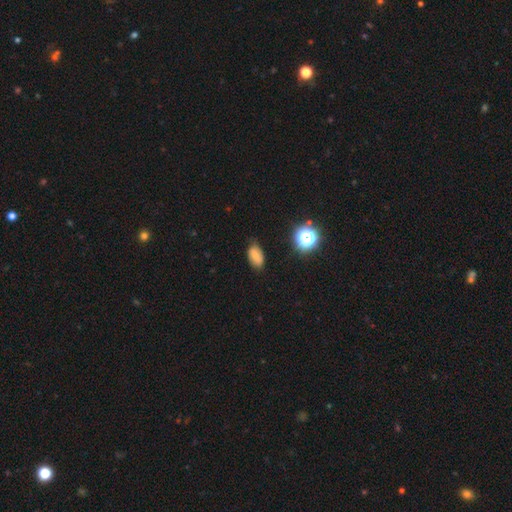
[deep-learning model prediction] Smooth or featured? Predicted: smooth (p=0.70). How rounded? Predicted: in between (p=0.89). Merging? Predicted: none (p=0.71).